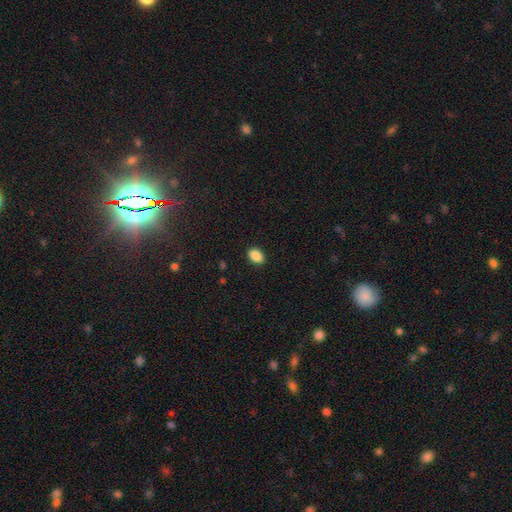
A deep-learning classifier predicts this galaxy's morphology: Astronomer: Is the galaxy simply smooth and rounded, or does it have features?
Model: smooth — 89%.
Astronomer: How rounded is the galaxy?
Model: in between — 83%.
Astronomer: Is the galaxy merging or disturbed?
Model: none — 90%.